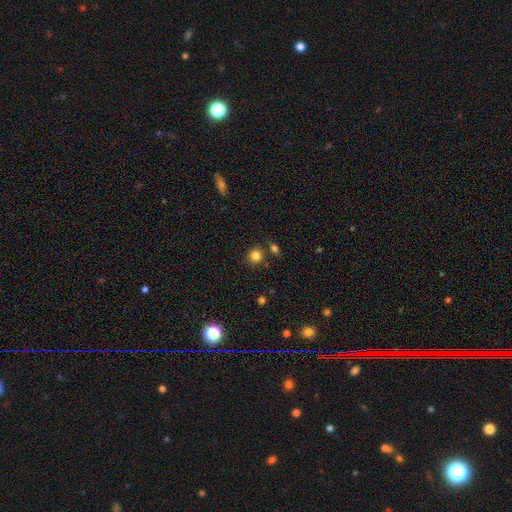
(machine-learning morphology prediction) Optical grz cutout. It shows a smooth galaxy with no disk features (83%) that is round (89%). Merging: none (79%).